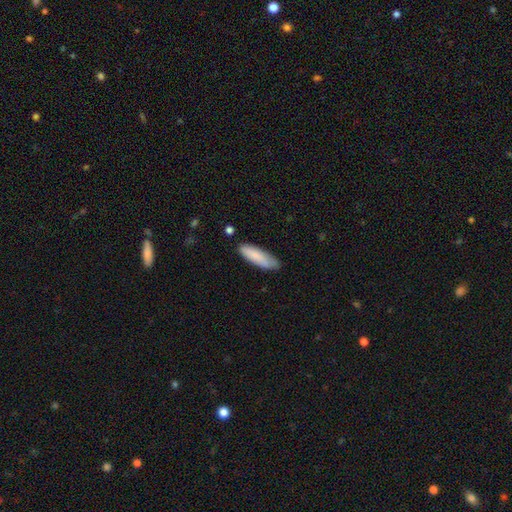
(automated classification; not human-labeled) smooth-or-featured: smooth: 85% | featured or disk: 10% | star or artifact: 6%
  how-rounded: cigar-shaped: 55% | in between: 44% | round: 1%
  merging: none: 74% | minor disturbance: 20% | major disturbance: 3% | merger: 2%